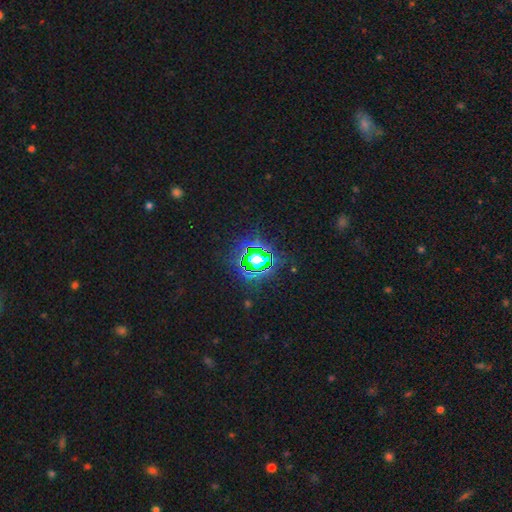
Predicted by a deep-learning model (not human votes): Morphology: type=star or artifact (78%).